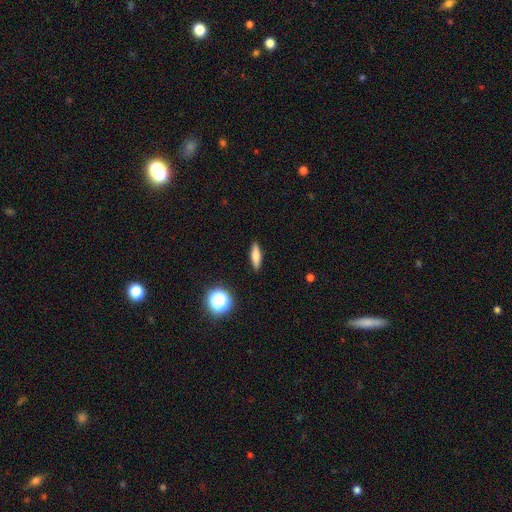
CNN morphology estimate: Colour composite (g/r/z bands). It shows a smooth galaxy with no disk features (71%) that is cigar-shaped (60%). Merging: none (89%).